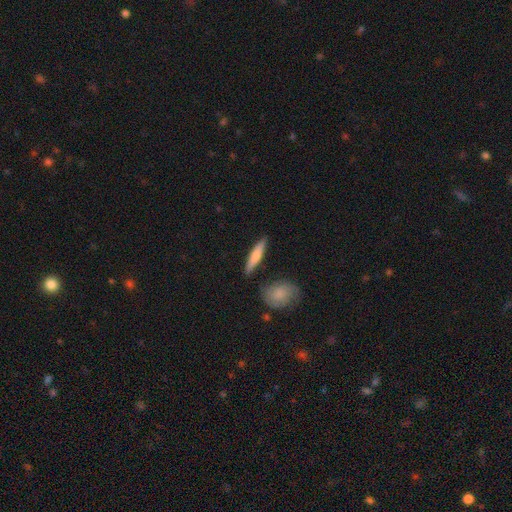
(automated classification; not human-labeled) This is likely a smooth galaxy (62%). How rounded: clearly cigar-shaped (80%). Merging: clearly none (83%).